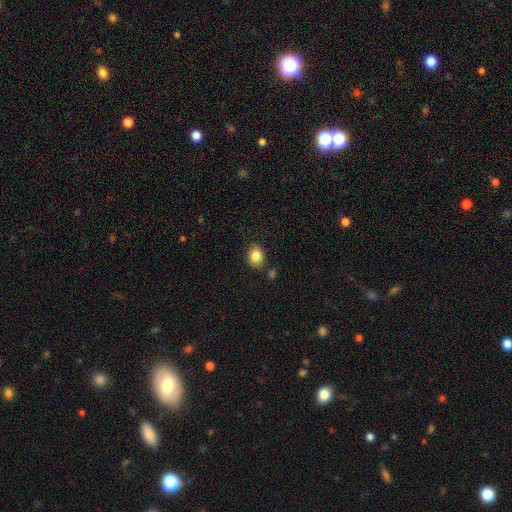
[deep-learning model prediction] This is clearly a smooth galaxy (85%). How rounded: possibly round (53%). Merging: likely none (80%).